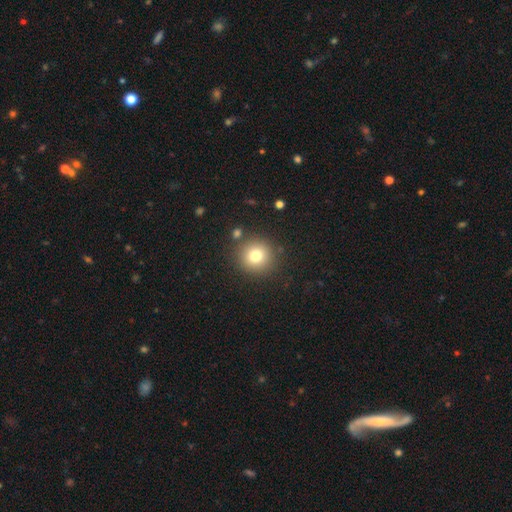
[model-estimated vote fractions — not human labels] This is likely a smooth galaxy (78%). How rounded: clearly round (92%). Merging: clearly none (86%).